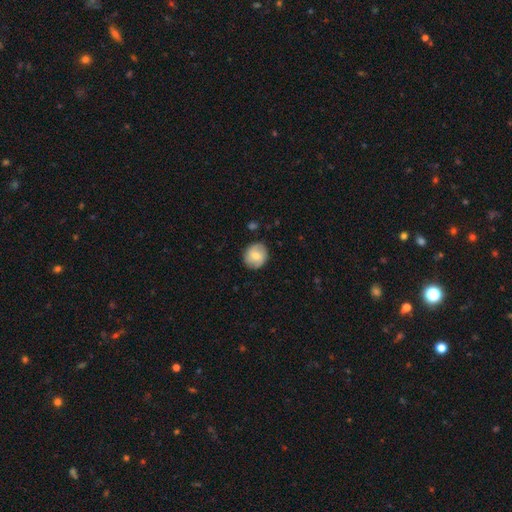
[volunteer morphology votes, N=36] Overall: featured or disk (53%; smooth 44%). Edge-on disk: no (100%). Bar: no (53%; weak 42%). Spiral arms: yes (68%; no 32%). Spiral arm count: 2 (77%). Spiral winding: medium (62%; loose 31%). Bulge size: moderate (79%). Merging: none (89%).